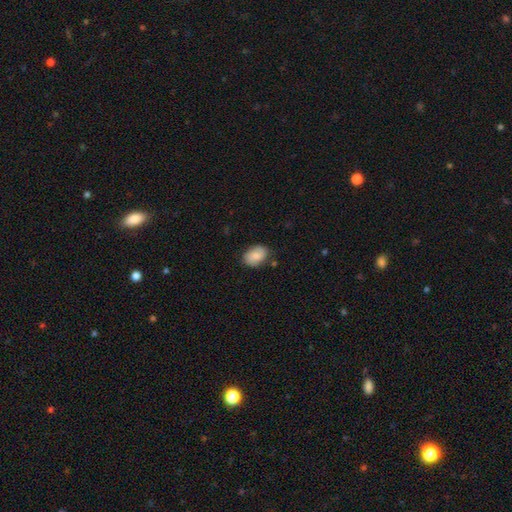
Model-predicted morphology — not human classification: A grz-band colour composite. It shows a smooth galaxy with no disk features (82%) that is in between round and cigar-shaped (83%). Merging: none (79%).